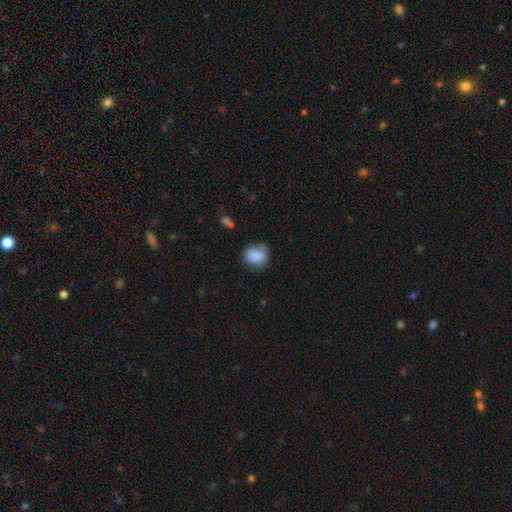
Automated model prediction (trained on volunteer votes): This is clearly a smooth galaxy (86%). How rounded: likely round (65%). Merging: likely none (73%).